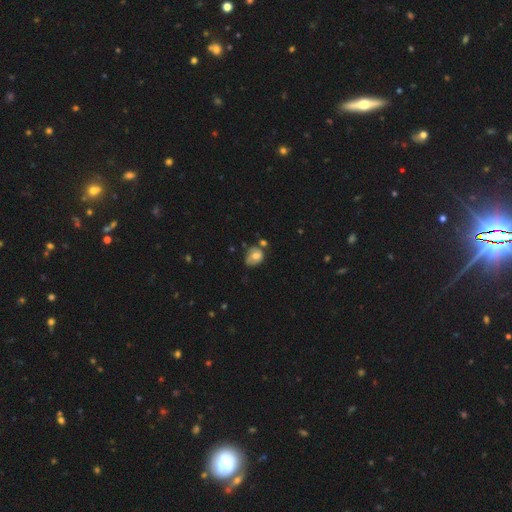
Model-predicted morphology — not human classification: Smooth or featured? smooth (66%)
How rounded? in between (57%)
Merging? none (44%)